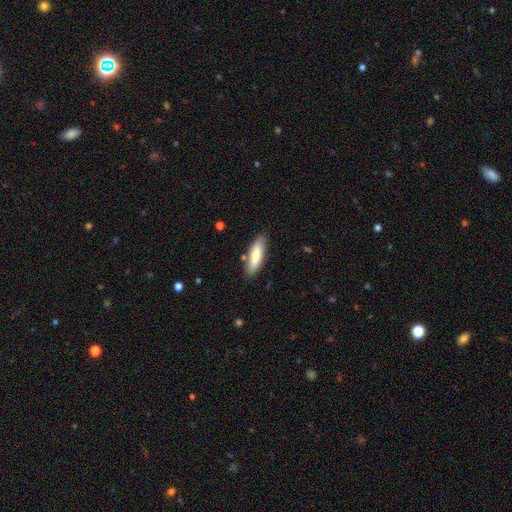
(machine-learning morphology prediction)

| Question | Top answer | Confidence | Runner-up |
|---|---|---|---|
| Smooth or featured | smooth | 81% | featured or disk (14%) |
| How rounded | cigar-shaped | 52% | in between (47%) |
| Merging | none | 82% | minor disturbance (12%) |